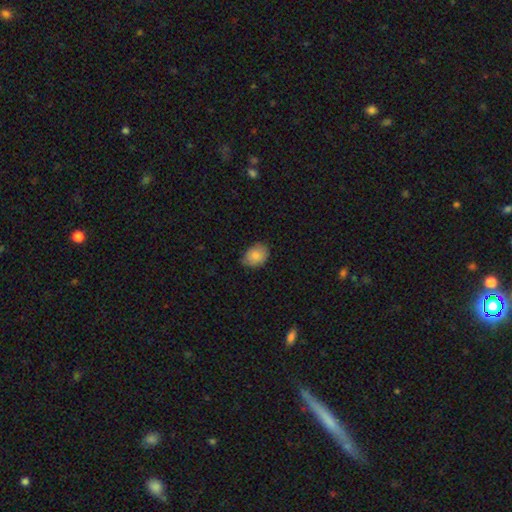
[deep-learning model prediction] The model was most divided on "how rounded": in between: 71%, round: 28%, cigar-shaped: 1%. More confident: smooth or featured — smooth (82%); merging — none (70%).